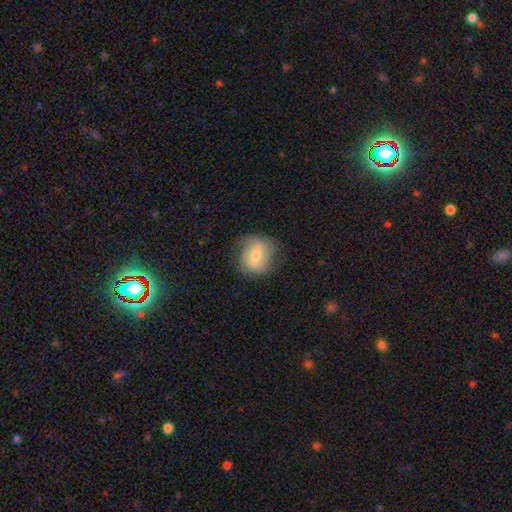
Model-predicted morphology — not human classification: This appears to be a featured or disk galaxy (49%). Merging: none (69%).